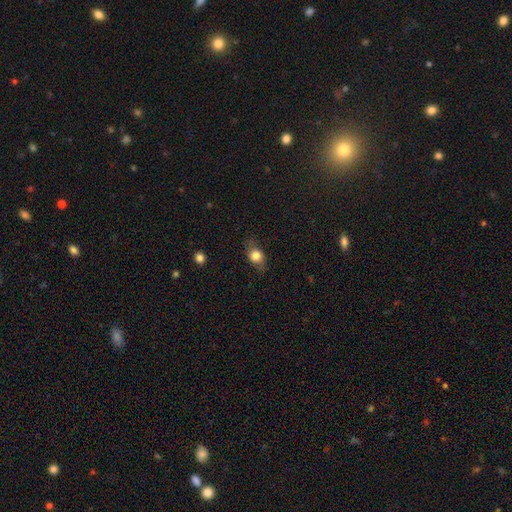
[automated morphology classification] type=smooth (74%); roundness=in between (60%); merging=none (73%).